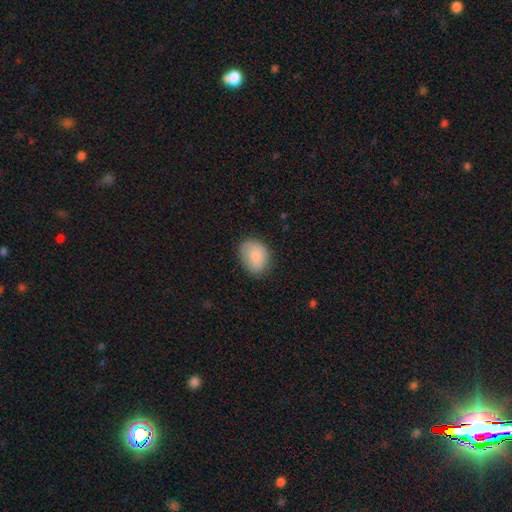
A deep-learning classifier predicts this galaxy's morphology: Q: Smooth or featured?
A: smooth (84%); runner-up: featured or disk (10%)
Q: How rounded?
A: in between (63%); runner-up: round (36%)
Q: Merging?
A: none (74%); runner-up: minor disturbance (20%)